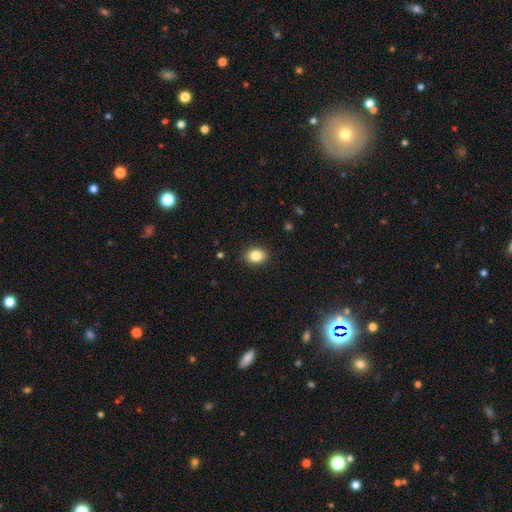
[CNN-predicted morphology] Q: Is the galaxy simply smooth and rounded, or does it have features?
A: smooth — 85%.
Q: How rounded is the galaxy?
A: in between — 54%.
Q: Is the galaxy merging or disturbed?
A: none — 90%.